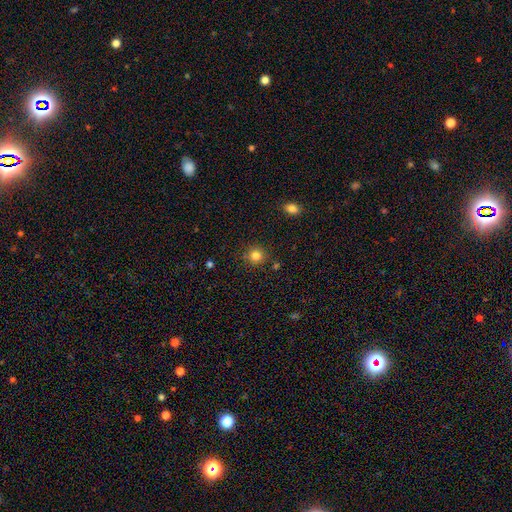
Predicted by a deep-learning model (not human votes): Morphology: type=smooth (83%); roundness=round (91%); merging=none (86%).